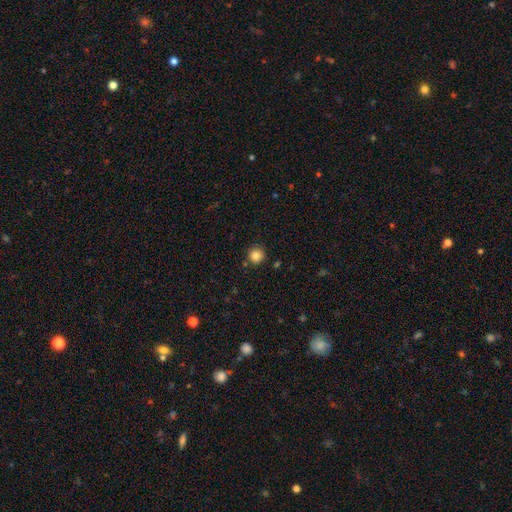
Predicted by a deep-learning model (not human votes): Q: Smooth or featured?
A: smooth (84%); runner-up: star or artifact (12%)
Q: How rounded?
A: round (94%); runner-up: in between (5%)
Q: Merging?
A: none (88%); runner-up: minor disturbance (7%)